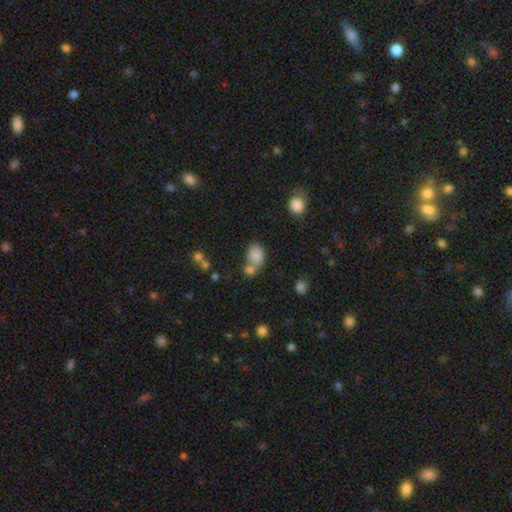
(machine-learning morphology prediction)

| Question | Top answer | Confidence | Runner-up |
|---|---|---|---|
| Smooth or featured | smooth | 81% | star or artifact (11%) |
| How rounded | in between | 72% | round (26%) |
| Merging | none | 45% | merger (36%) |